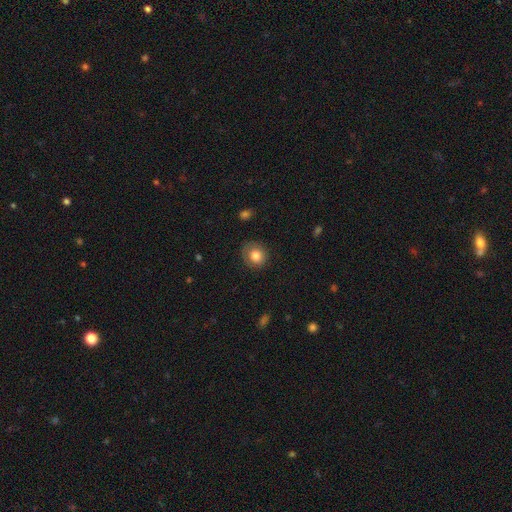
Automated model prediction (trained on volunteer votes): Q: Smooth or featured?
A: smooth (81%); runner-up: featured or disk (10%)
Q: How rounded?
A: round (81%); runner-up: in between (18%)
Q: Merging?
A: none (81%); runner-up: minor disturbance (14%)